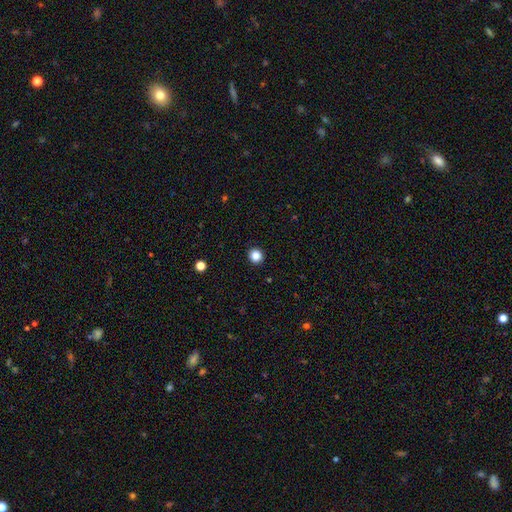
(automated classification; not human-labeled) smooth_or_featured: smooth (p=0.86) [alt: star or artifact p=0.11]
how_rounded: round (p=0.91) [alt: in between p=0.08]
merging: none (p=0.93) [alt: minor disturbance p=0.04]